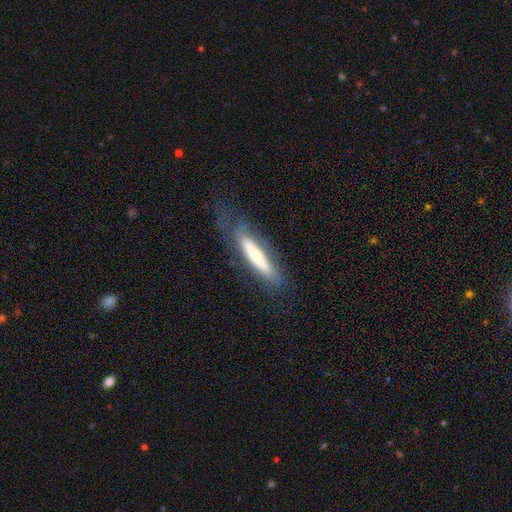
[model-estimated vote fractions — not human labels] A smooth galaxy with no disk features (53%) that is cigar-shaped (84%).

Vote fractions:
- Smooth or featured? smooth: 53% / featured or disk: 41% / star or artifact: 6%
- How rounded? cigar-shaped: 84% / in between: 15% / round: 1%
- Merging? none: 66% / minor disturbance: 20% / major disturbance: 12% / merger: 2%